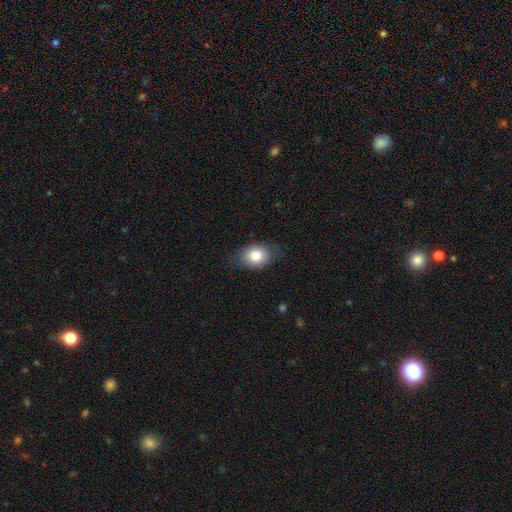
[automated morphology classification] This appears to be a smooth galaxy with no disk features (81%) that is in between round and cigar-shaped (60%). Merging: none (78%).